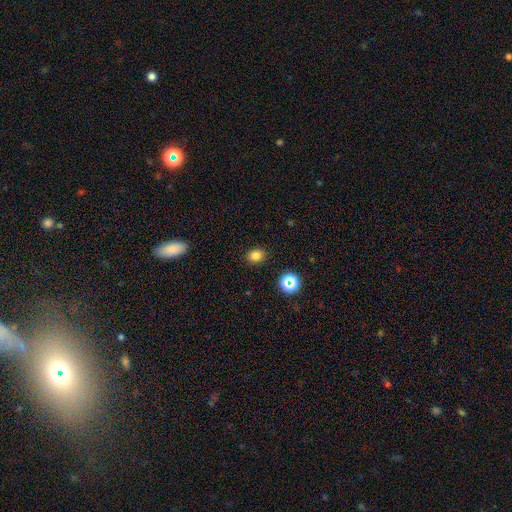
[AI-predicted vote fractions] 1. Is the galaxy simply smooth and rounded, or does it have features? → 80% smooth, 14% star or artifact, 5% featured or disk.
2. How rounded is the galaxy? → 55% round, 44% in between, 1% cigar-shaped.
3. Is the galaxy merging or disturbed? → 89% none, 7% minor disturbance, 2% major disturbance, 1% merger.